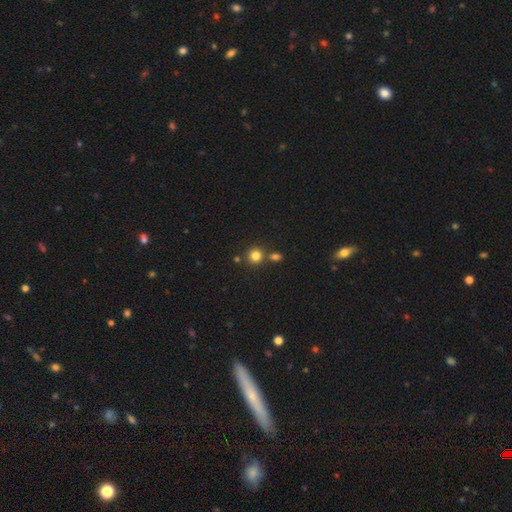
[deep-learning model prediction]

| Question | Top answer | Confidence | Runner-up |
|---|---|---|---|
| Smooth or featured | smooth | 81% | star or artifact (13%) |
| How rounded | round | 90% | in between (9%) |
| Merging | none | 71% | merger (19%) |